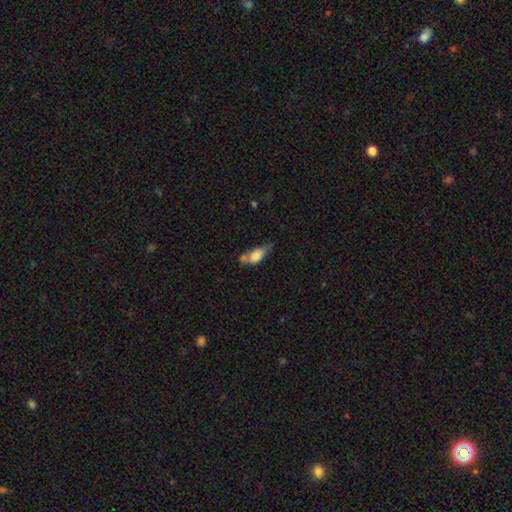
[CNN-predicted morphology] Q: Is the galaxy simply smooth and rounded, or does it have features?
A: smooth — 71%.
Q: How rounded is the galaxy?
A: in between — 81%.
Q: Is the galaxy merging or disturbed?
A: merger — 30%.